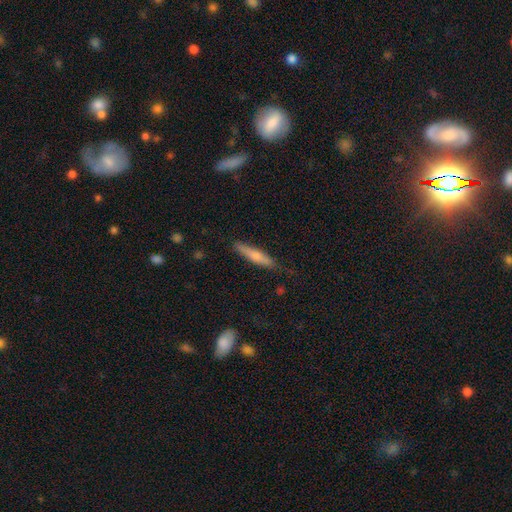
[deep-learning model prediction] Q: Smooth or featured?
A: smooth (68%); runner-up: featured or disk (26%)
Q: How rounded?
A: cigar-shaped (88%); runner-up: in between (11%)
Q: Merging?
A: none (80%); runner-up: minor disturbance (16%)